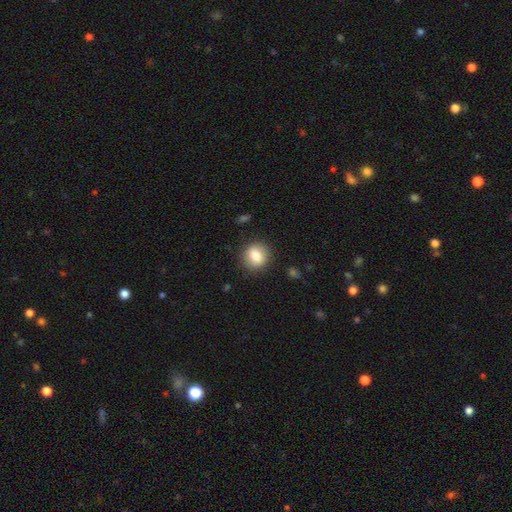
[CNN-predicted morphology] smooth-or-featured: smooth: 79% | featured or disk: 12% | star or artifact: 8%
  how-rounded: round: 78% | in between: 20% | cigar-shaped: 1%
  merging: none: 88% | minor disturbance: 8% | major disturbance: 3% | merger: 1%